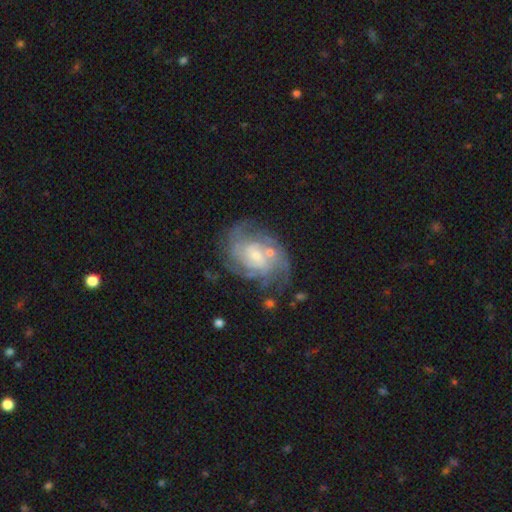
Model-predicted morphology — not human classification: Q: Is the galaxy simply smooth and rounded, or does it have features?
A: featured or disk — 84%.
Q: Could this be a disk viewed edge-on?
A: no — 97%.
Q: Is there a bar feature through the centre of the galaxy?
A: no — 55%.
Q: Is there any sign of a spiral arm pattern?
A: yes — 95%.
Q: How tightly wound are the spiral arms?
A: tight — 57%.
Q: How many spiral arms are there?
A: can't tell — 31%.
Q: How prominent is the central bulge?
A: small — 61%.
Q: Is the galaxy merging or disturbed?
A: none — 63%.